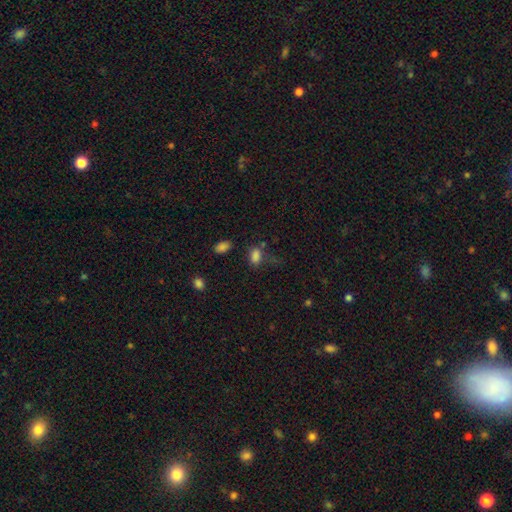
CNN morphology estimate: A smooth galaxy with no disk features (79%) that is in between round and cigar-shaped (86%). Merging: none (49%).